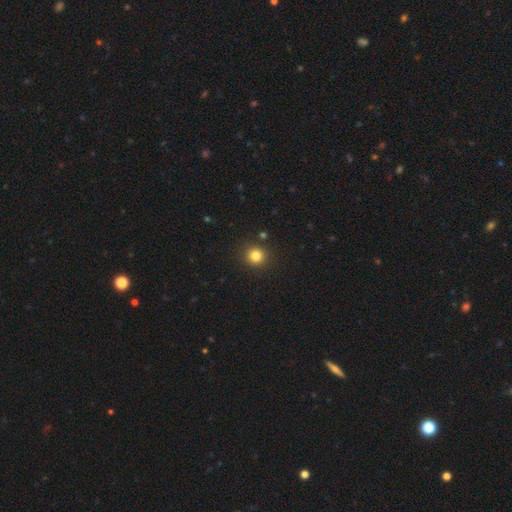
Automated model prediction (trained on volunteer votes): smooth 82%, star or artifact 13%, featured or disk 5%. Down the decision tree: how rounded — round (91%); merging — none (90%).